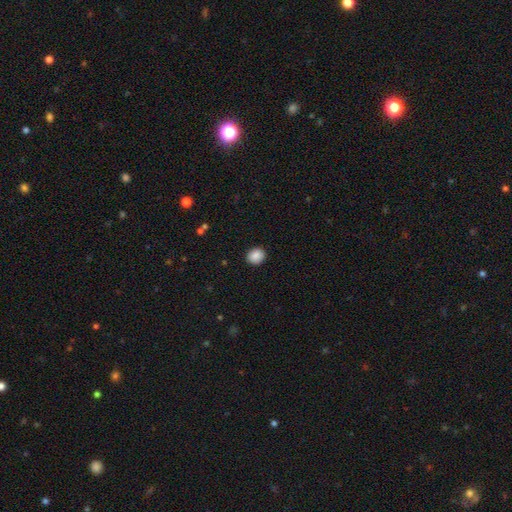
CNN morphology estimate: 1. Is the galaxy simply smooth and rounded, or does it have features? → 88% smooth, 8% star or artifact, 3% featured or disk.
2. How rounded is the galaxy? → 68% round, 31% in between, 1% cigar-shaped.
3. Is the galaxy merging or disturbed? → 90% none, 7% minor disturbance, 2% major disturbance, 1% merger.